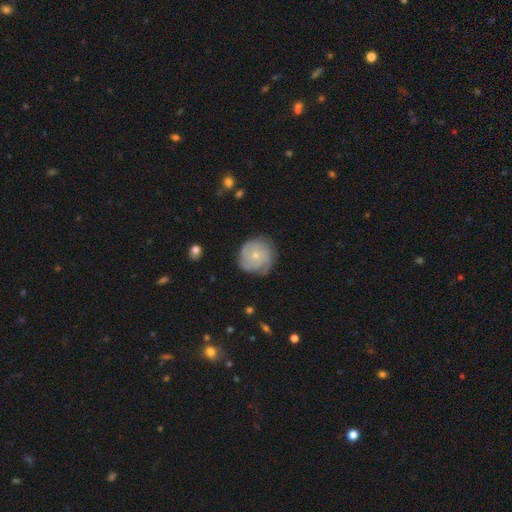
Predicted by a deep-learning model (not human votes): This appears to be a featured or disk galaxy (56%) with no bar (82%), spiral arms (84%) and a small central bulge (63%). Merging: none (73%).